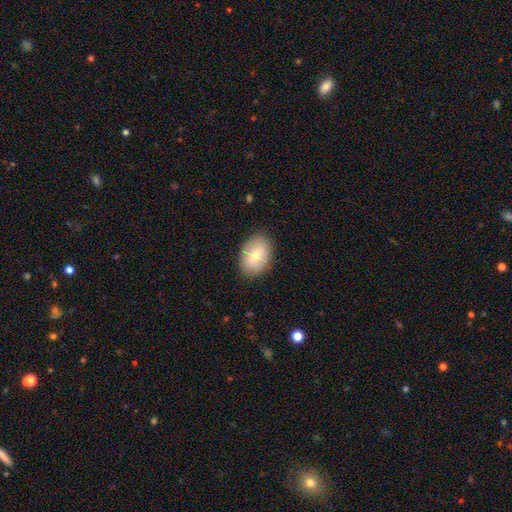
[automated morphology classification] The model was most divided on "smooth or featured": smooth: 73%, featured or disk: 20%, star or artifact: 8%. More confident: merging — none (85%); how rounded — in between (79%).